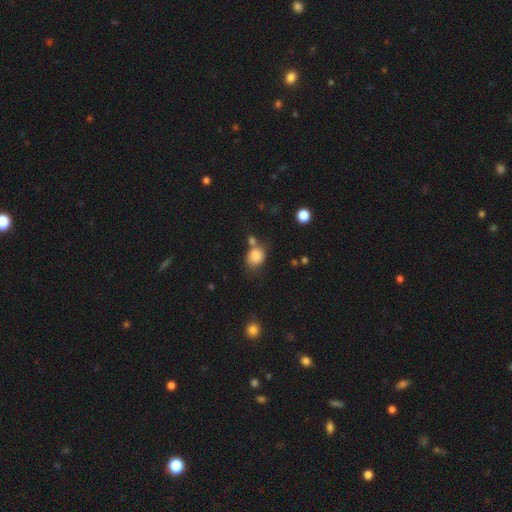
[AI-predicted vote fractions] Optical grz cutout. It shows a smooth galaxy with no disk features (84%) that is round (57%). Merging: none (53%).